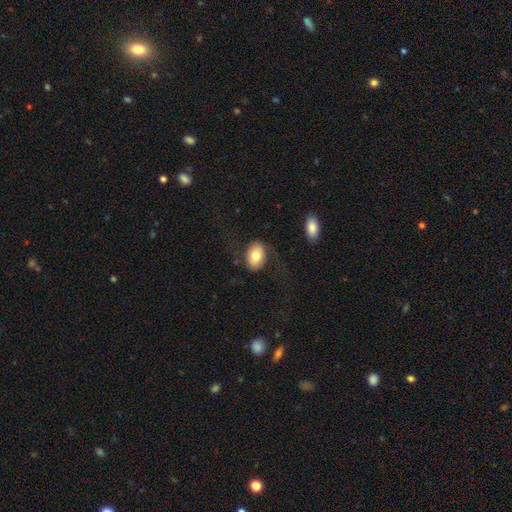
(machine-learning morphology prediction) This appears to be a smooth galaxy with no disk features (72%) that is in between round and cigar-shaped (84%). Merging: none (69%).